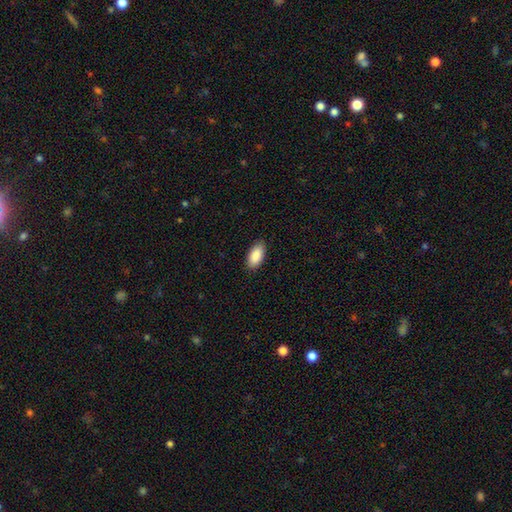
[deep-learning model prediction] smooth_or_featured: smooth (p=0.89) [alt: star or artifact p=0.06]
how_rounded: in between (p=0.93) [alt: cigar-shaped p=0.04]
merging: none (p=0.88) [alt: minor disturbance p=0.09]